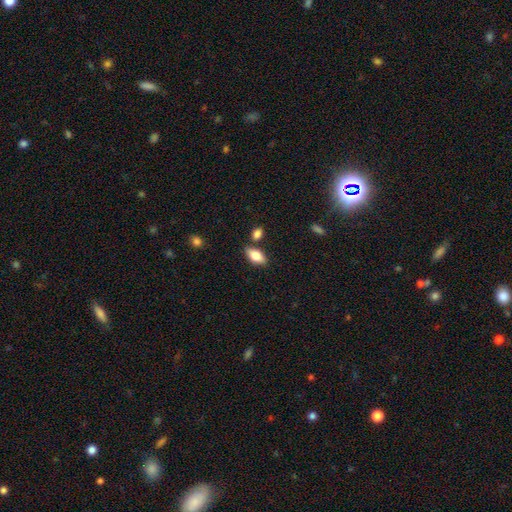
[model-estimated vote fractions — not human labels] smooth_or_featured: smooth (p=0.77) [alt: featured or disk p=0.15]
how_rounded: in between (p=0.89) [alt: cigar-shaped p=0.07]
merging: none (p=0.76) [alt: minor disturbance p=0.12]